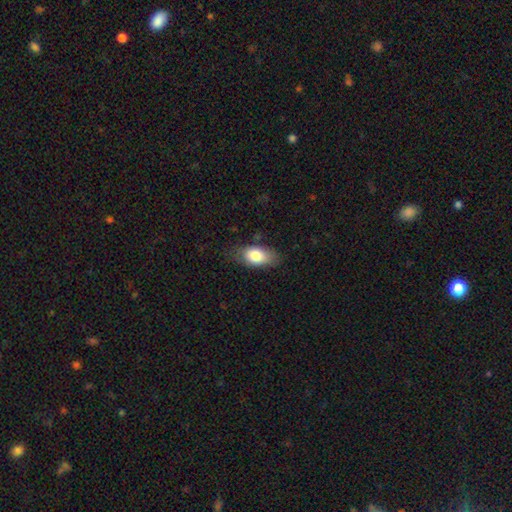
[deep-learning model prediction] This is likely a smooth galaxy (79%). How rounded: clearly in between (90%). Merging: likely none (71%).